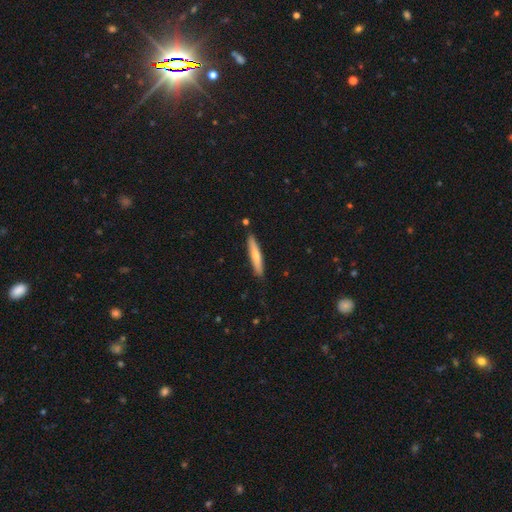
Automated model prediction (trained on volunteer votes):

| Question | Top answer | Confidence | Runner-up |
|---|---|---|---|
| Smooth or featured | smooth | 62% | featured or disk (32%) |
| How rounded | cigar-shaped | 91% | in between (7%) |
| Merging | none | 87% | minor disturbance (9%) |